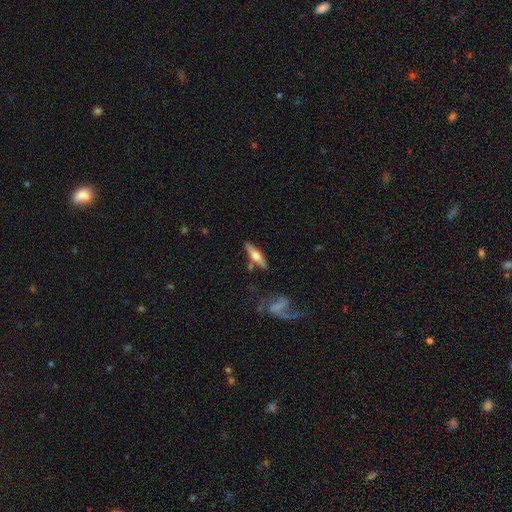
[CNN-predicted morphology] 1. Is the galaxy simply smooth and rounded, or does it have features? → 56% featured or disk, 38% smooth, 6% star or artifact.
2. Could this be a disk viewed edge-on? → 92% yes, 8% no.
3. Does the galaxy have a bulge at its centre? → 92% rounded, 5% boxy, 3% none.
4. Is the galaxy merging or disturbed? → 79% none, 12% minor disturbance, 6% merger, 3% major disturbance.